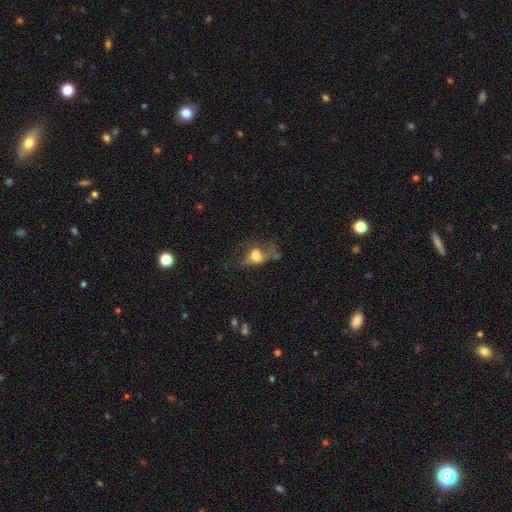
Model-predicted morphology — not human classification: This is possibly a smooth galaxy (52%). How rounded: likely in between (74%). Merging: marginally major disturbance (42%).